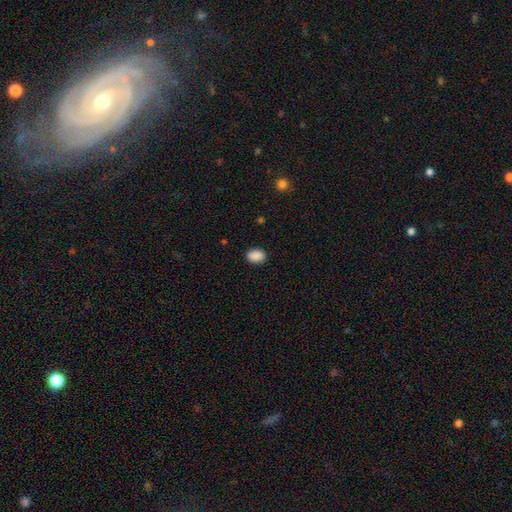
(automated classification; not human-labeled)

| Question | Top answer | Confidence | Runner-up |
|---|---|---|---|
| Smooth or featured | smooth | 90% | star or artifact (8%) |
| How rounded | in between | 82% | round (17%) |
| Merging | none | 89% | minor disturbance (8%) |